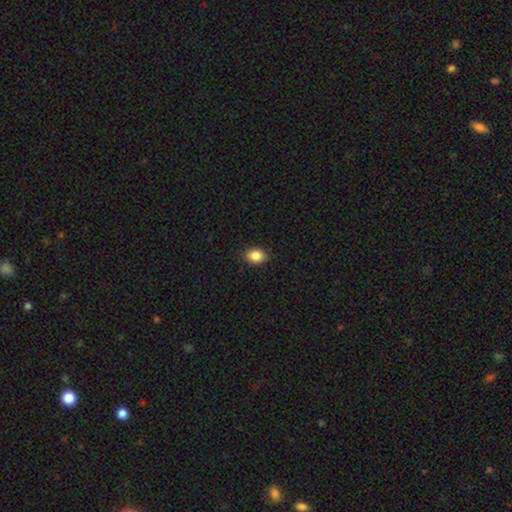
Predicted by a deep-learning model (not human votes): smooth-or-featured: smooth: 86% | star or artifact: 9% | featured or disk: 4%
  how-rounded: in between: 60% | round: 38% | cigar-shaped: 1%
  merging: none: 87% | minor disturbance: 10% | major disturbance: 2% | merger: 1%